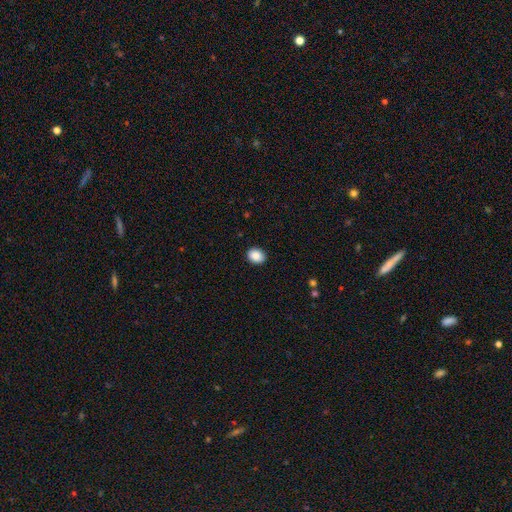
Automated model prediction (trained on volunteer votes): Smooth or featured?
  - smooth: 89% *
  - star or artifact: 8%
  - featured or disk: 3%
How rounded?
  - in between: 55% *
  - round: 45%
  - cigar-shaped: 1%
Merging?
  - none: 90% *
  - minor disturbance: 7%
  - major disturbance: 2%
  - merger: 1%